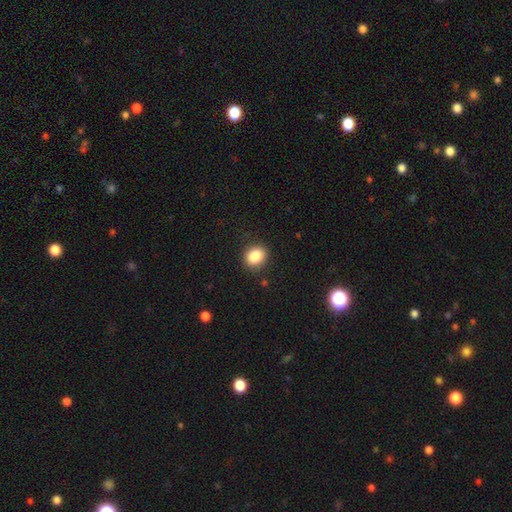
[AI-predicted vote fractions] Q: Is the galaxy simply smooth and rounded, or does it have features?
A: smooth — 86%.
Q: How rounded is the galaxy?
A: round — 56%.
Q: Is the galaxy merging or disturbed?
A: none — 87%.